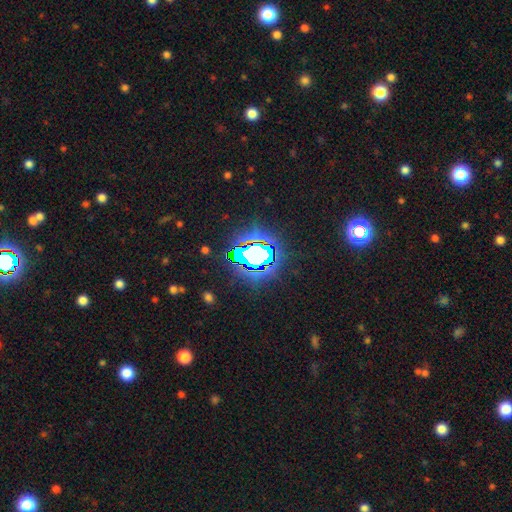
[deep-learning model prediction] Morphology: type=star or artifact (72%).